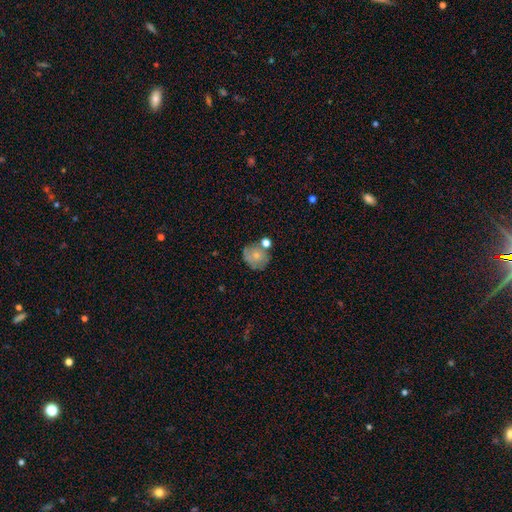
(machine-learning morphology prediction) type=smooth (66%); roundness=round (79%); merging=none (55%).